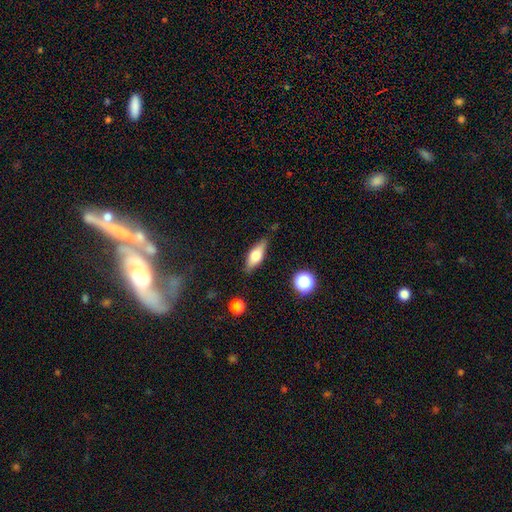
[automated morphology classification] smooth 56%, featured or disk 37%, star or artifact 8%. Down the decision tree: how rounded — in between (63%); merging — none (82%).